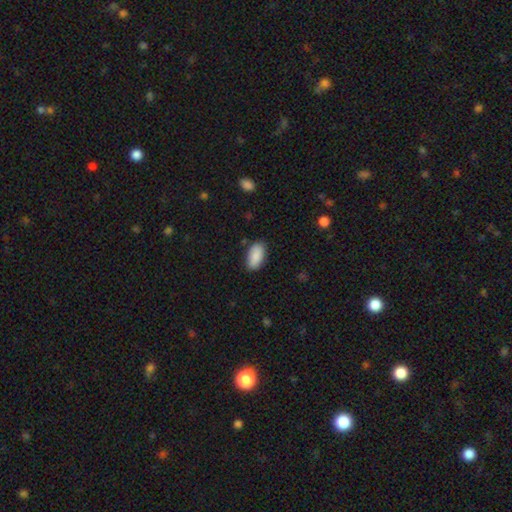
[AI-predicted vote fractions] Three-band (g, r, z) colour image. It shows a smooth galaxy with no disk features (89%) that is in between round and cigar-shaped (93%). Merging: none (85%).